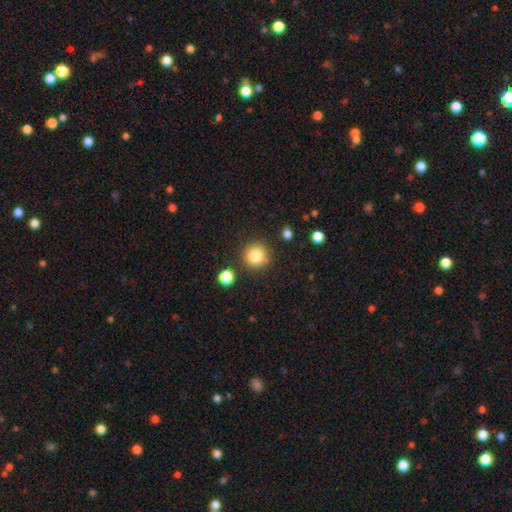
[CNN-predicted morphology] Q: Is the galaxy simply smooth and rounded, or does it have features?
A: smooth — 84%.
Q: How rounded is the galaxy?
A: round — 93%.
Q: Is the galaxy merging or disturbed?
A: none — 85%.